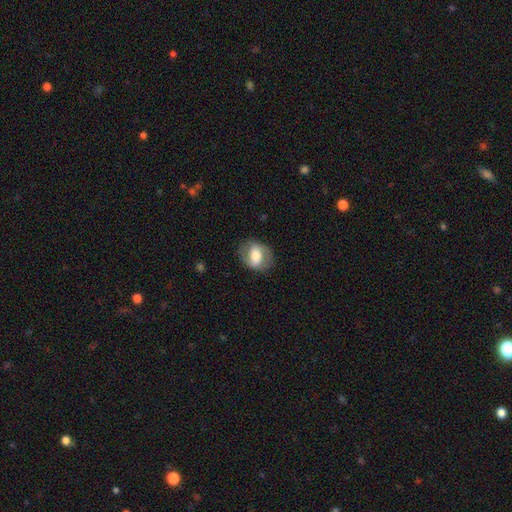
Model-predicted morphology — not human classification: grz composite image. It shows a featured or disk galaxy (48%). Merging: none (79%).